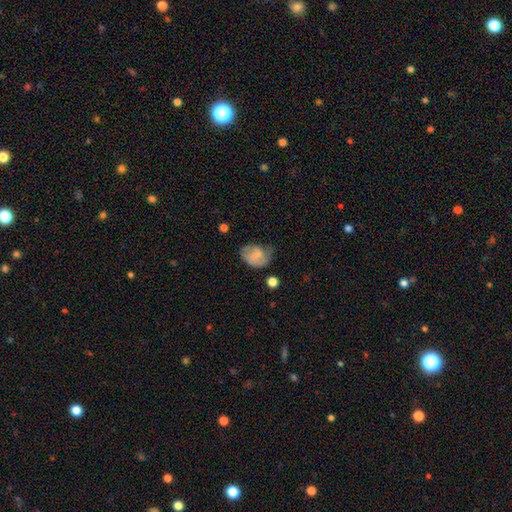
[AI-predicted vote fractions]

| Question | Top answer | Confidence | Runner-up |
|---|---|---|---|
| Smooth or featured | smooth | 63% | featured or disk (28%) |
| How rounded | in between | 63% | round (36%) |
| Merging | none | 41% | minor disturbance (36%) |